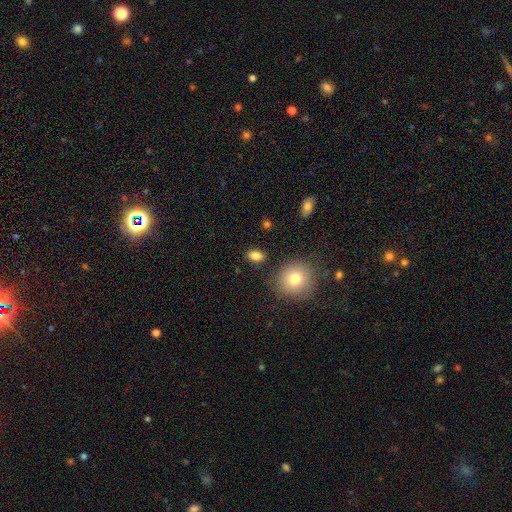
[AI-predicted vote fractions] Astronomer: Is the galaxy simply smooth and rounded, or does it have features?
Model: smooth — 85%.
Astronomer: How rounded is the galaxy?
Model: in between — 80%.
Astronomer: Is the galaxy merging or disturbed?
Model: none — 86%.